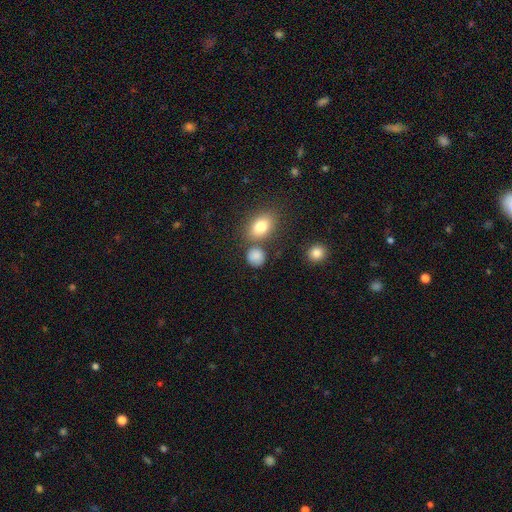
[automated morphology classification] This appears to be a smooth galaxy with no disk features (83%) that is round (74%). Merging: none (72%).